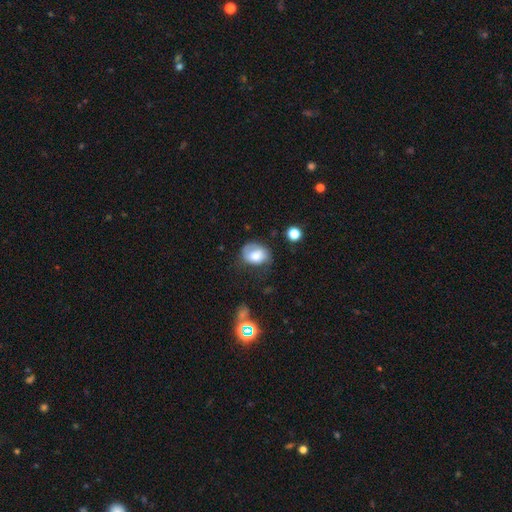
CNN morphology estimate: Q: Smooth or featured?
A: smooth (64%); runner-up: featured or disk (27%)
Q: How rounded?
A: in between (60%); runner-up: round (39%)
Q: Merging?
A: none (47%); runner-up: minor disturbance (31%)